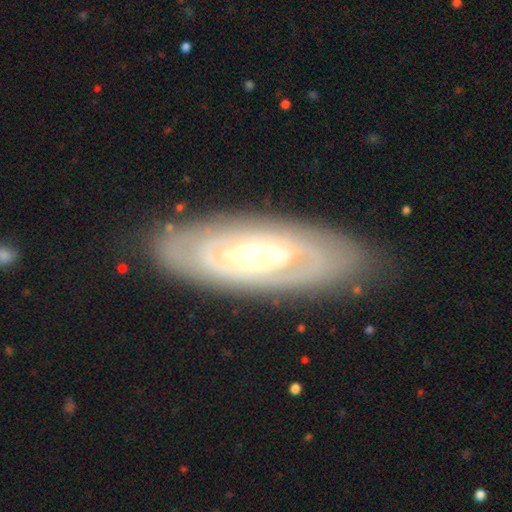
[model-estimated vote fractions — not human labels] smooth_or_featured: featured or disk (p=0.78) [alt: smooth p=0.16]
disk_edge_on: no (p=0.85) [alt: yes p=0.15]
bar: no (p=0.53) [alt: weak p=0.29]
has_spiral_arms: yes (p=0.61) [alt: no p=0.39]
bulge_size: moderate (p=0.63) [alt: small p=0.26]
merging: none (p=0.84) [alt: minor disturbance p=0.11]